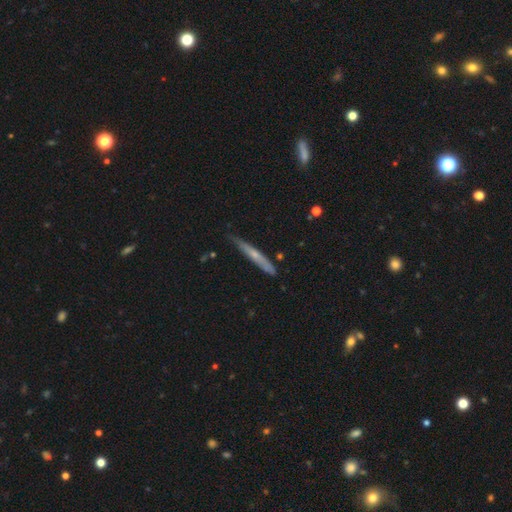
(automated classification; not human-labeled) Morphology: type=featured or disk (50%); merging=none (77%).